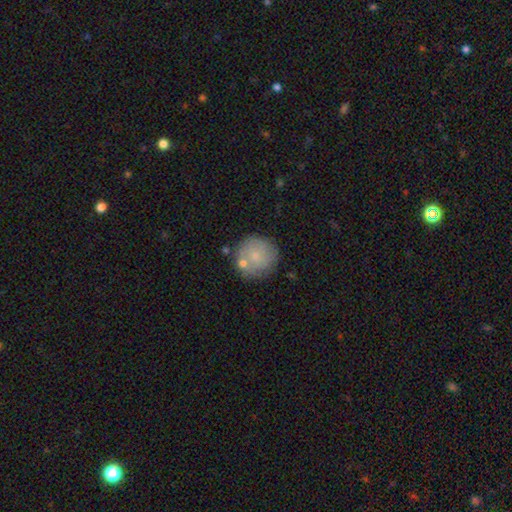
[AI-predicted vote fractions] Morphology: type=smooth (70%); roundness=round (92%); merging=none (70%).